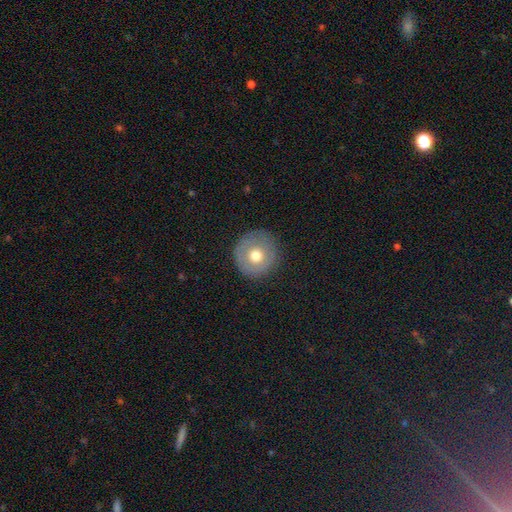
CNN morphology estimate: A smooth galaxy with no disk features (62%) that is round (93%). Merging: none (86%).